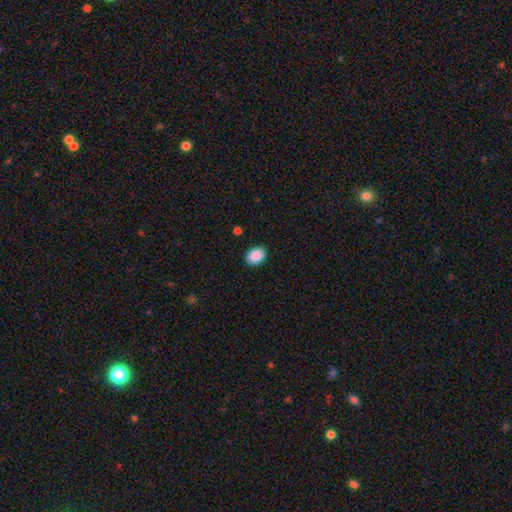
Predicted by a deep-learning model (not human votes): Smooth or featured?
  - smooth: 90% *
  - star or artifact: 7%
  - featured or disk: 3%
How rounded?
  - in between: 68% *
  - round: 31%
  - cigar-shaped: 1%
Merging?
  - none: 90% *
  - minor disturbance: 7%
  - major disturbance: 2%
  - merger: 1%